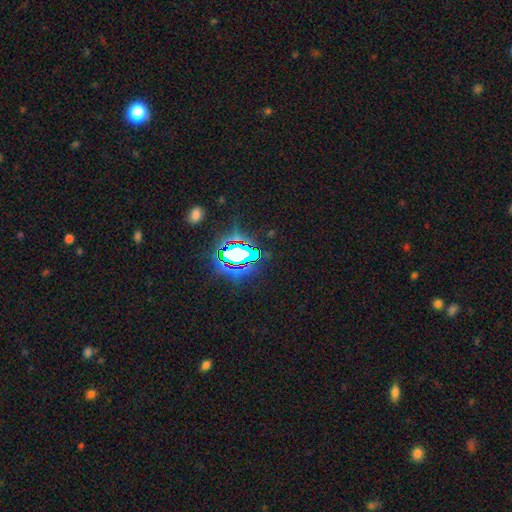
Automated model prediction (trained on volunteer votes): A star or artifact, not a galaxy (78%).